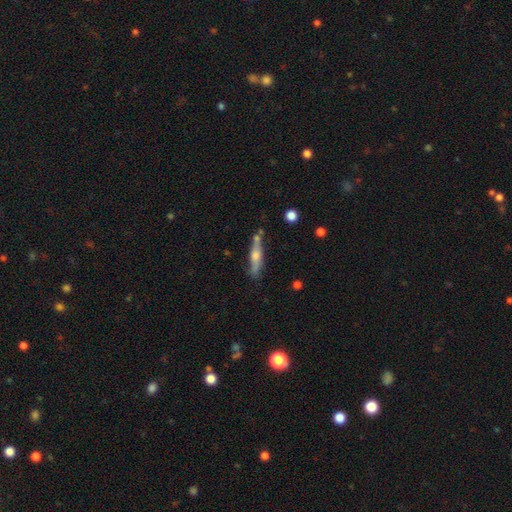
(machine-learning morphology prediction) Q: Smooth or featured?
A: featured or disk (51%); runner-up: smooth (42%)
Q: Edge-on disk?
A: yes (90%); runner-up: no (10%)
Q: Merging?
A: none (71%); runner-up: minor disturbance (16%)